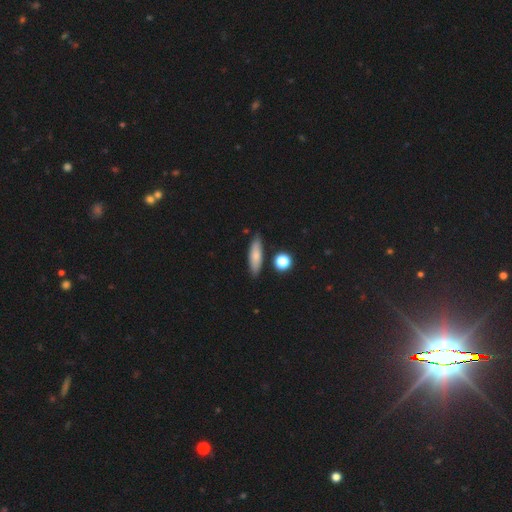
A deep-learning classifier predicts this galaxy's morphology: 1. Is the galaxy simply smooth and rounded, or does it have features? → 77% smooth, 15% featured or disk, 8% star or artifact.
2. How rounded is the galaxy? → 58% cigar-shaped, 39% in between, 3% round.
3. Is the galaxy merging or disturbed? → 83% none, 11% minor disturbance, 3% merger, 2% major disturbance.